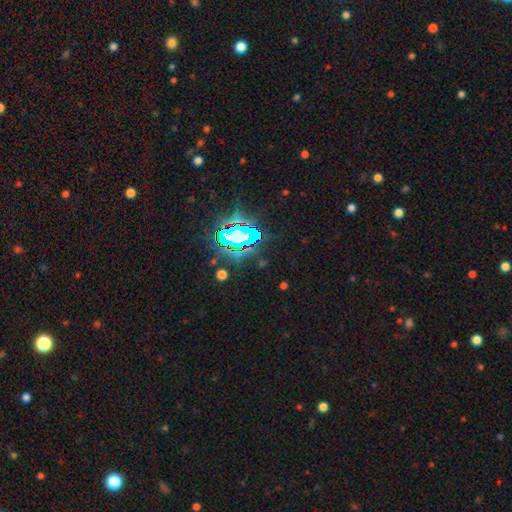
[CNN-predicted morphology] Smooth or featured? Predicted: star or artifact (p=0.78).